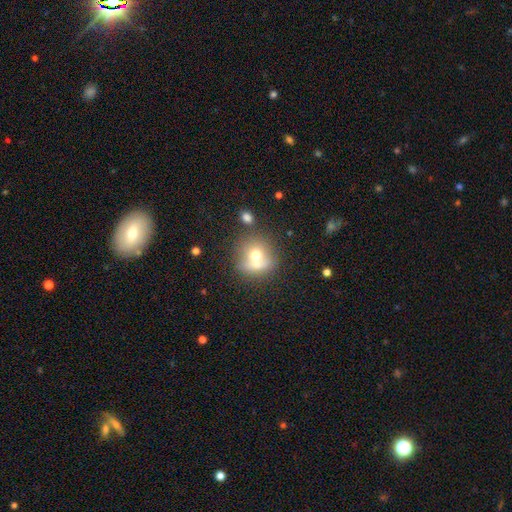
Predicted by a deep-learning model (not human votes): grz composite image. It shows a smooth galaxy with no disk features (64%) that is round (84%). Merging: merger (44%).